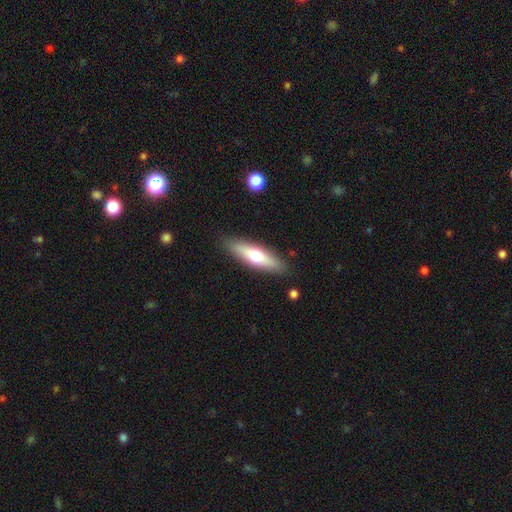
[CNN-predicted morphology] The model was most divided on "smooth or featured": smooth: 58%, featured or disk: 36%, star or artifact: 6%. More confident: merging — none (87%); how rounded — cigar-shaped (63%).